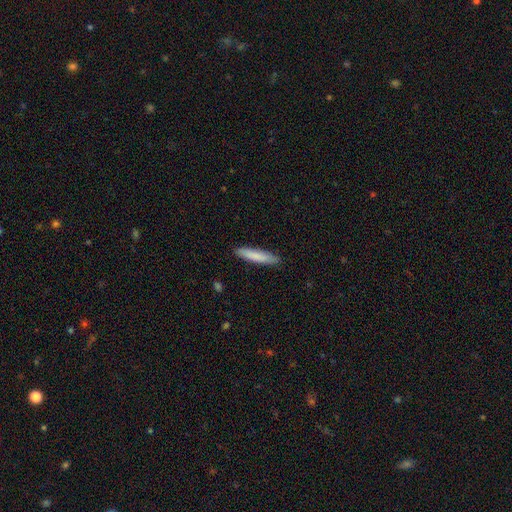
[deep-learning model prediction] smooth-or-featured: smooth: 82% | featured or disk: 12% | star or artifact: 6%
  how-rounded: cigar-shaped: 88% | in between: 11% | round: 1%
  merging: none: 89% | minor disturbance: 9% | major disturbance: 2% | merger: 1%